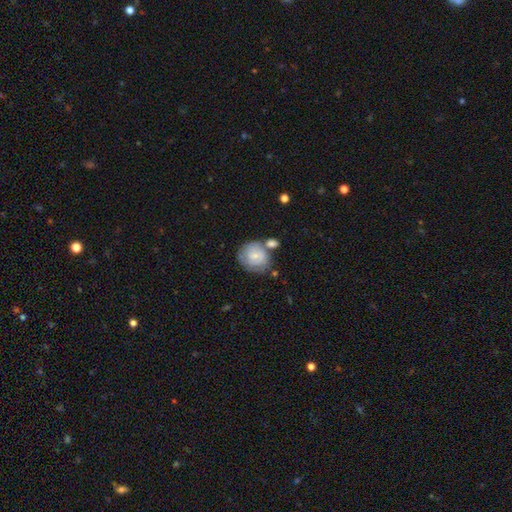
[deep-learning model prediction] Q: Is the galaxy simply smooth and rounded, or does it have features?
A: smooth — 52%.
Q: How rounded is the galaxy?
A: round — 76%.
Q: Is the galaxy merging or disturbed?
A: none — 46%.